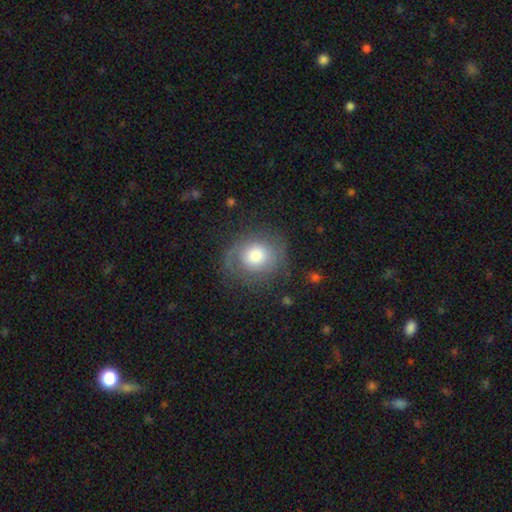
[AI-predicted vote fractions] This is possibly a smooth galaxy (53%). How rounded: likely round (79%). Merging: likely none (70%).